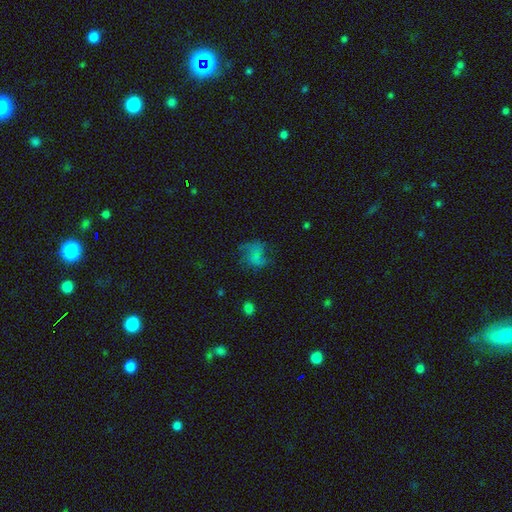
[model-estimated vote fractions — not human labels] The model was most divided on "how rounded": round: 54%, in between: 45%, cigar-shaped: 1%. Remaining: smooth or featured — smooth (53%); merging — none (43%).